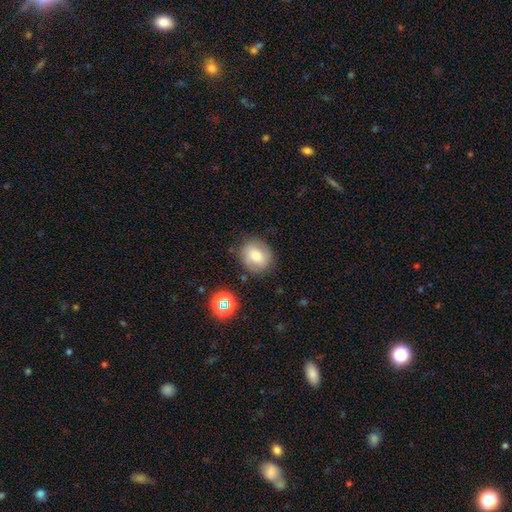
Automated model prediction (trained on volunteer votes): Overall: smooth (65%). How rounded: round (74%). Merging: none (78%).